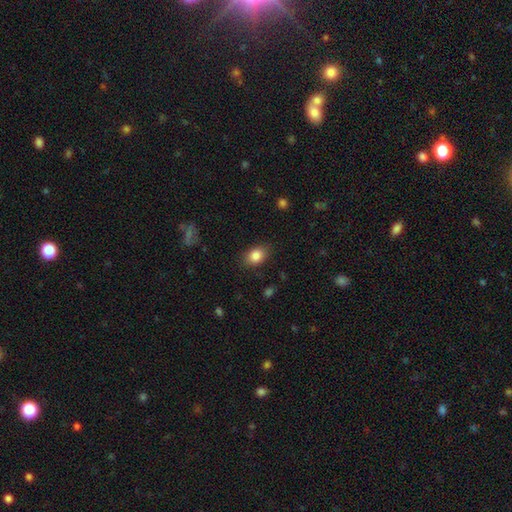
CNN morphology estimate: Smooth or featured? Predicted: smooth (p=0.85). How rounded? Predicted: in between (p=0.74). Merging? Predicted: none (p=0.83).